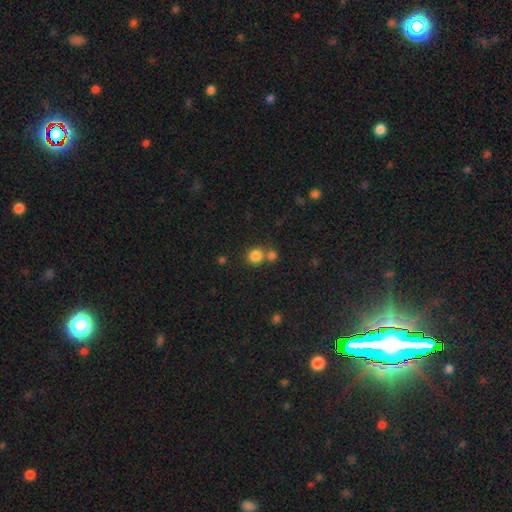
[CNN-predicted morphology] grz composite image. It shows a smooth galaxy with no disk features (83%) that is round (89%). Merging: none (59%).